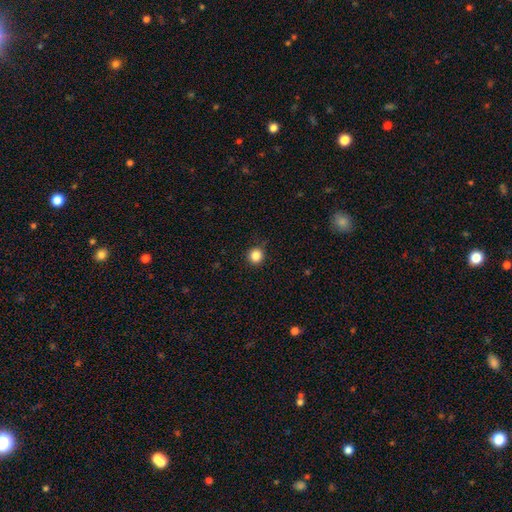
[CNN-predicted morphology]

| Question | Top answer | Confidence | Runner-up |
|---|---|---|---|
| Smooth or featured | smooth | 86% | star or artifact (11%) |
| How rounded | round | 93% | in between (6%) |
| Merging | none | 88% | minor disturbance (8%) |